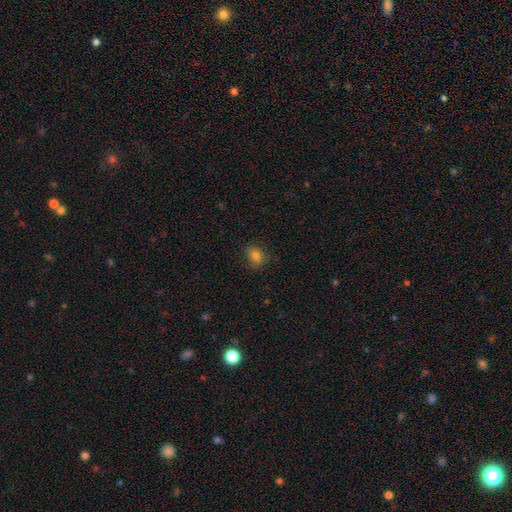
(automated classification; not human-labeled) The model was most divided on "how rounded": in between: 56%, round: 43%, cigar-shaped: 1%. More confident: smooth or featured — smooth (80%); merging — none (77%).